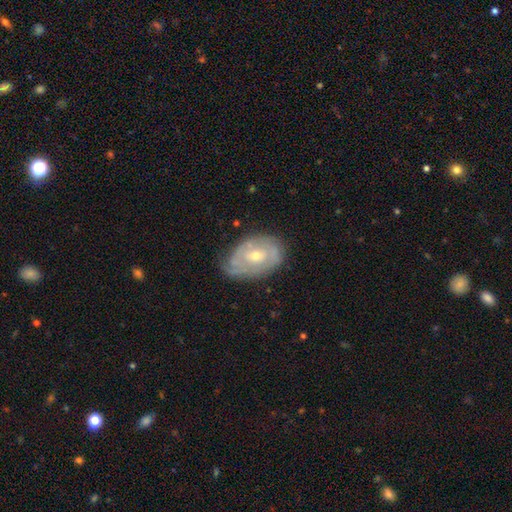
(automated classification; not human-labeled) Smooth or featured? Predicted: featured or disk (p=0.73). Edge-on disk? Predicted: no (p=0.95). Bar? Predicted: no (p=0.61). Spiral arms? Predicted: yes (p=0.80). Spiral winding? Predicted: tight (p=0.63). Spiral arm count? Predicted: can't tell (p=0.46). Bulge size? Predicted: moderate (p=0.52). Merging? Predicted: none (p=0.60).